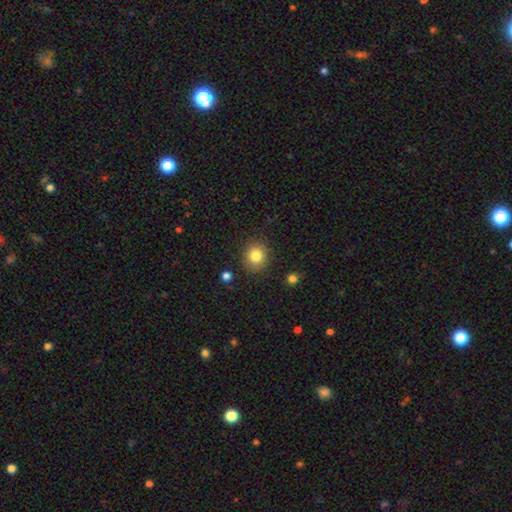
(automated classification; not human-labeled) Smooth or featured?
  - smooth: 83% *
  - star or artifact: 11%
  - featured or disk: 7%
How rounded?
  - round: 80% *
  - in between: 19%
  - cigar-shaped: 1%
Merging?
  - none: 87% *
  - minor disturbance: 8%
  - major disturbance: 2%
  - merger: 2%